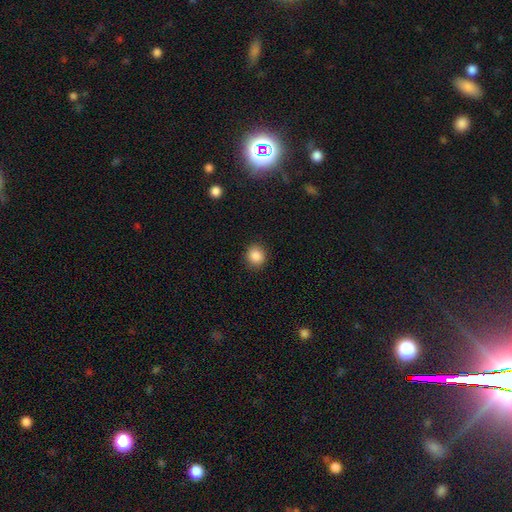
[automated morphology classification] This is clearly a smooth galaxy (87%). How rounded: clearly round (86%). Merging: clearly none (90%).